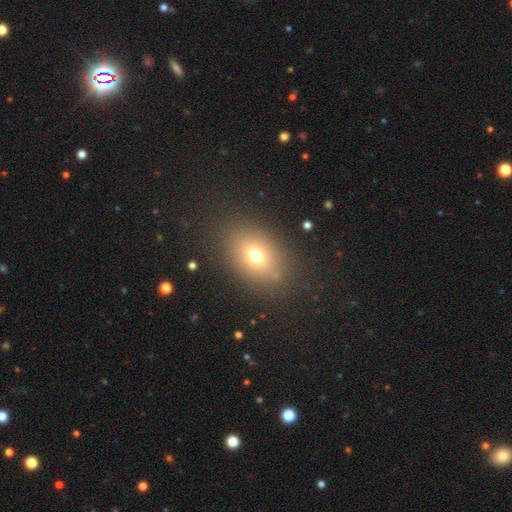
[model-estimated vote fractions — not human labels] Smooth or featured? Predicted: smooth (p=0.70). How rounded? Predicted: in between (p=0.72). Merging? Predicted: none (p=0.83).